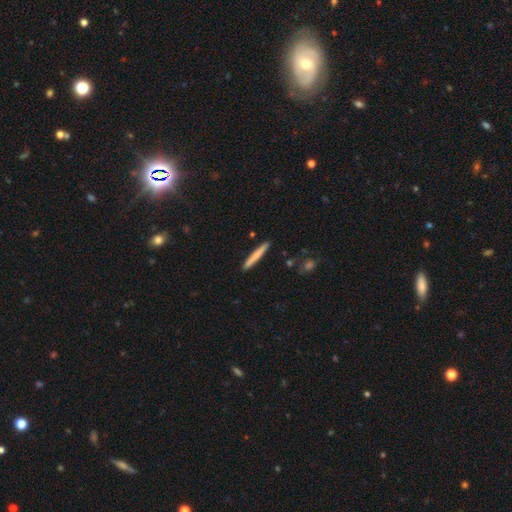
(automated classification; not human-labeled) Smooth or featured: smooth — 72% (featured or disk — 23%)
How rounded: cigar-shaped — 96% (in between — 3%)
Merging: none — 91% (minor disturbance — 6%)